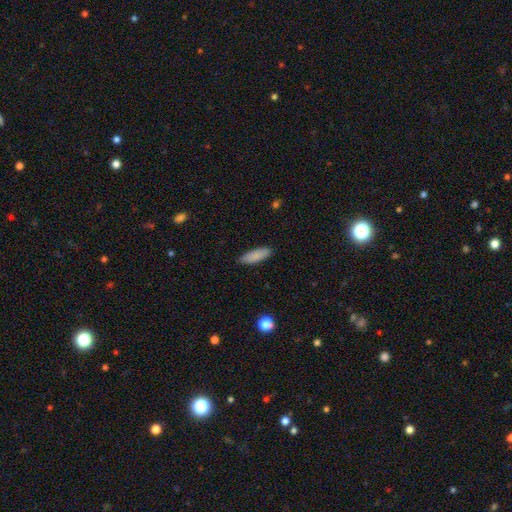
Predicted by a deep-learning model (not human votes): The model was most divided on "how rounded": in between: 57%, cigar-shaped: 41%, round: 2%. More confident: smooth or featured — smooth (86%); merging — none (85%).